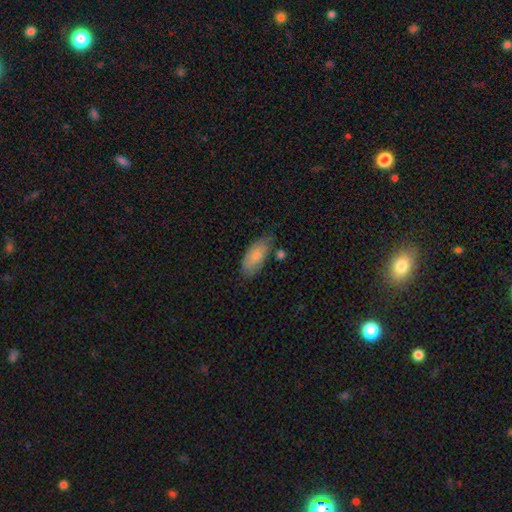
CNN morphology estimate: Smooth or featured?
  - smooth: 76% *
  - featured or disk: 18%
  - star or artifact: 6%
How rounded?
  - in between: 88% *
  - cigar-shaped: 9%
  - round: 2%
Merging?
  - none: 61% *
  - minor disturbance: 27%
  - major disturbance: 6%
  - merger: 6%